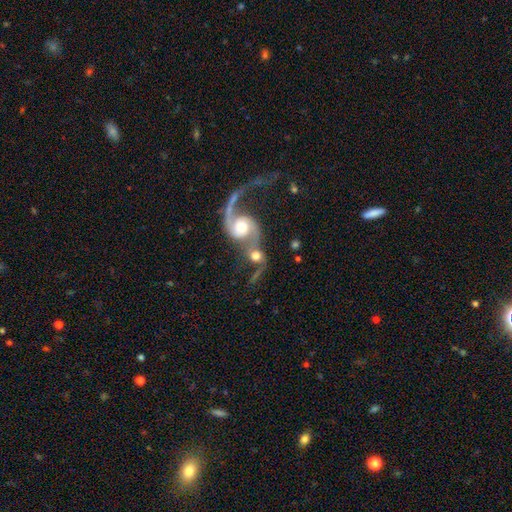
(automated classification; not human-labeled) A featured or disk galaxy (64%) with no bar (61%), 2 (84%) loose (69%) spiral arms (89%) and a moderate central bulge (56%).

Vote fractions:
- Smooth or featured? featured or disk: 64% / smooth: 28% / star or artifact: 8%
- Edge-on disk? no: 94% / yes: 6%
- Bar? no: 61% / weak: 31% / strong: 8%
- Spiral arms? yes: 89% / no: 11%
- Spiral winding? loose: 69% / medium: 24% / tight: 7%
- Spiral arm count? 2: 84% / 1: 10% / can't tell: 3% / 3: 1% / 4: 1% / more than 4: 1%
- Bulge size? moderate: 56% / large: 23% / small: 14% / dominant: 3% / none: 3%
- Merging? merger: 64% / none: 20% / major disturbance: 8% / minor disturbance: 7%